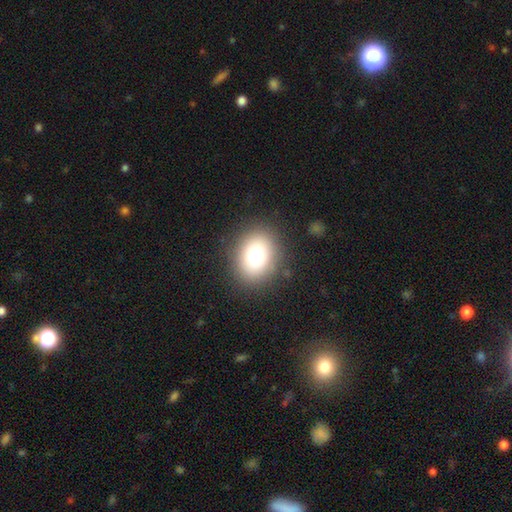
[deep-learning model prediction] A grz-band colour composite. It shows a smooth galaxy with no disk features (75%) that is round (54%). Merging: none (86%).